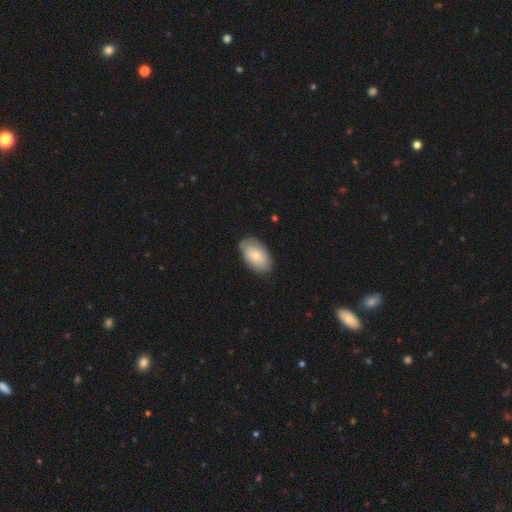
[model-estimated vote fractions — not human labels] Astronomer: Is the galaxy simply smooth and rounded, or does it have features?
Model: smooth — 73%.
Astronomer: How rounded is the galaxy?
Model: in between — 93%.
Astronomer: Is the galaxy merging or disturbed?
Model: none — 84%.